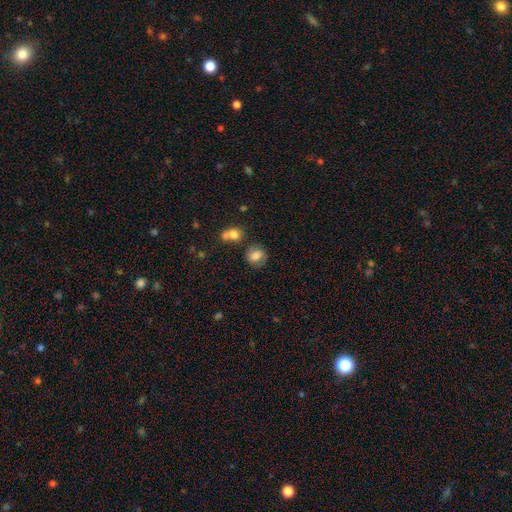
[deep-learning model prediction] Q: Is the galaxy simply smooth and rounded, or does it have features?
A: smooth — 63%.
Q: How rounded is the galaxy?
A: round — 65%.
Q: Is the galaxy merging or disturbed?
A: none — 68%.